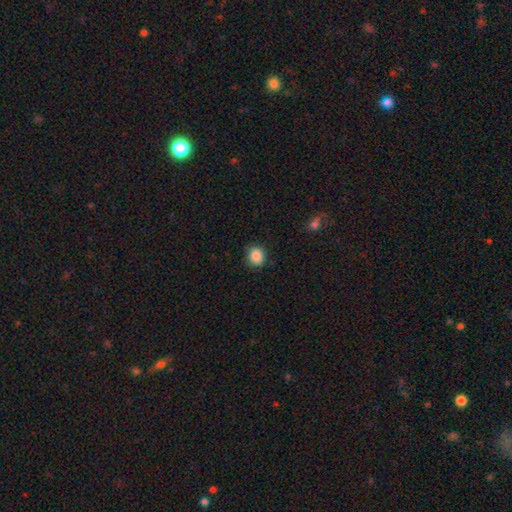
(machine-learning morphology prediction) A smooth galaxy with no disk features (87%) that is round (74%). Merging: none (83%).